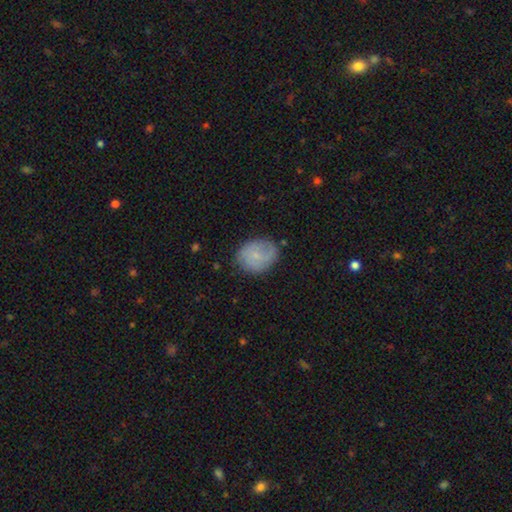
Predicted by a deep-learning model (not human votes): Smooth or featured: smooth — 57% (featured or disk — 36%)
How rounded: round — 54% (in between — 44%)
Merging: none — 73% (minor disturbance — 21%)